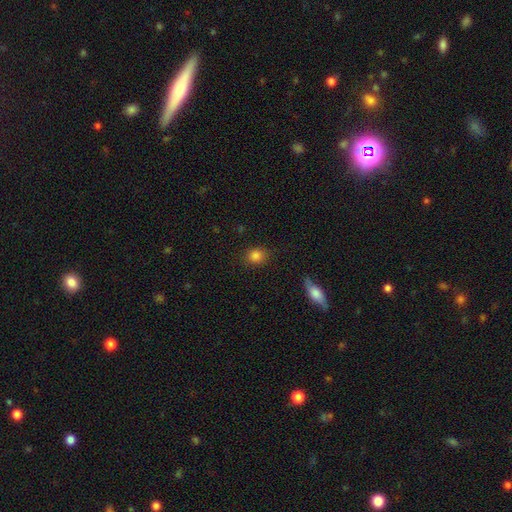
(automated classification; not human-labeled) smooth_or_featured: smooth (p=0.84) [alt: star or artifact p=0.11]
how_rounded: round (p=0.64) [alt: in between p=0.34]
merging: none (p=0.83) [alt: minor disturbance p=0.12]